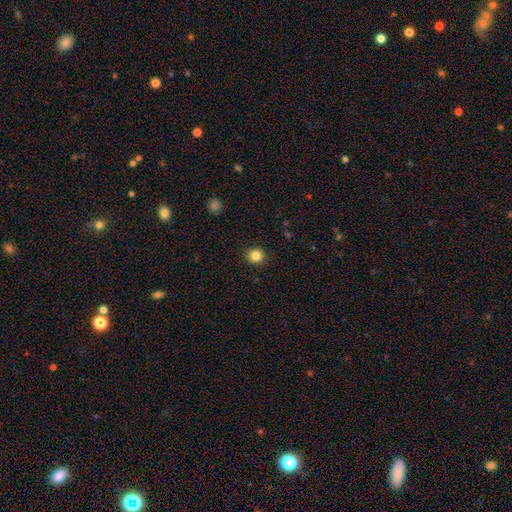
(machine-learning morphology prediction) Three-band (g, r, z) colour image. It shows a smooth galaxy with no disk features (84%) that is round (91%). Merging: none (91%).